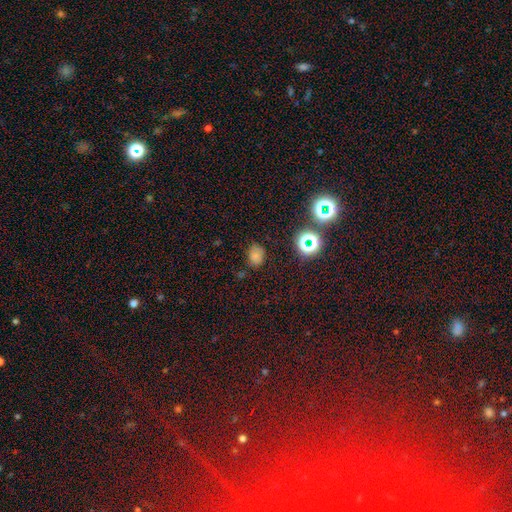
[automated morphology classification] Q: Smooth or featured?
A: smooth (68%); runner-up: star or artifact (24%)
Q: How rounded?
A: in between (64%); runner-up: round (35%)
Q: Merging?
A: none (71%); runner-up: minor disturbance (21%)